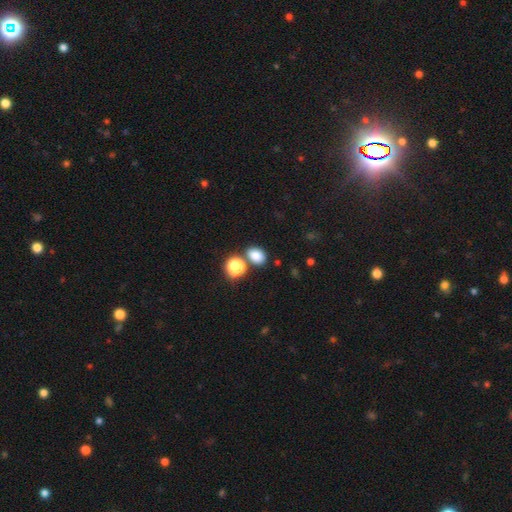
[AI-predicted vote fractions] smooth_or_featured: smooth (p=0.82) [alt: star or artifact p=0.13]
how_rounded: in between (p=0.65) [alt: round p=0.34]
merging: none (p=0.71) [alt: merger p=0.16]